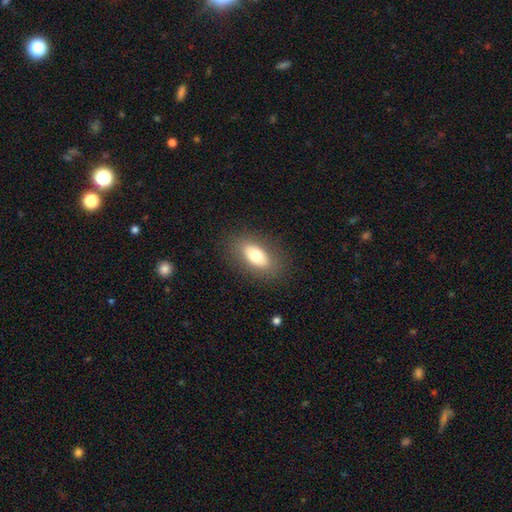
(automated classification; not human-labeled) Smooth or featured? Predicted: smooth (p=0.73). How rounded? Predicted: in between (p=0.88). Merging? Predicted: none (p=0.85).